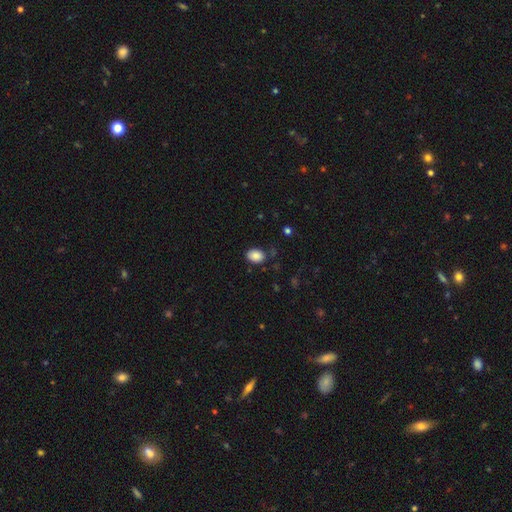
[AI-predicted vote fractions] This is clearly a smooth galaxy (86%). How rounded: likely in between (76%). Merging: likely none (80%).